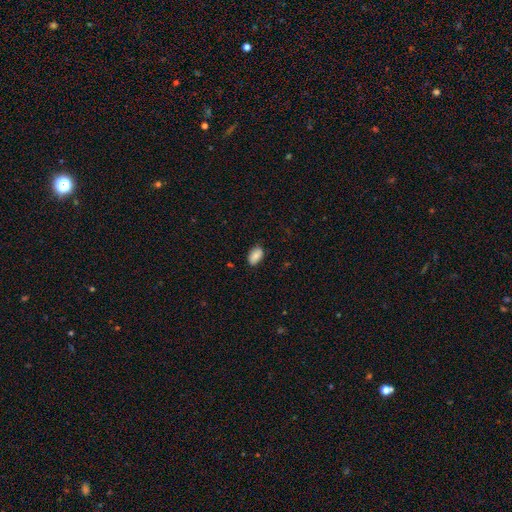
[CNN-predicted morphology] smooth_or_featured: smooth (p=0.85) [alt: star or artifact p=0.07]
how_rounded: in between (p=0.92) [alt: round p=0.07]
merging: none (p=0.81) [alt: minor disturbance p=0.15]